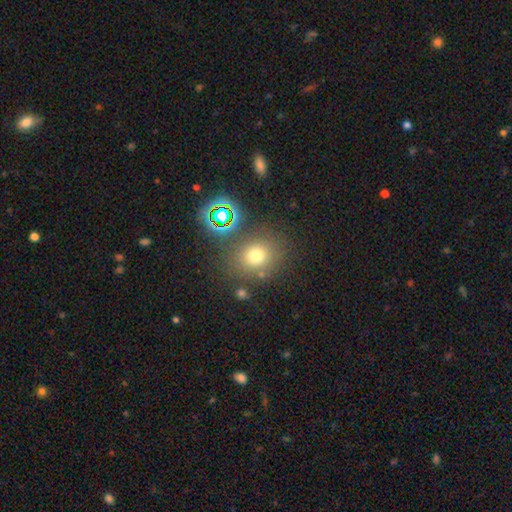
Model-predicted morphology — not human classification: smooth_or_featured: smooth (p=0.69) [alt: star or artifact p=0.21]
how_rounded: round (p=0.76) [alt: in between p=0.23]
merging: none (p=0.78) [alt: minor disturbance p=0.11]